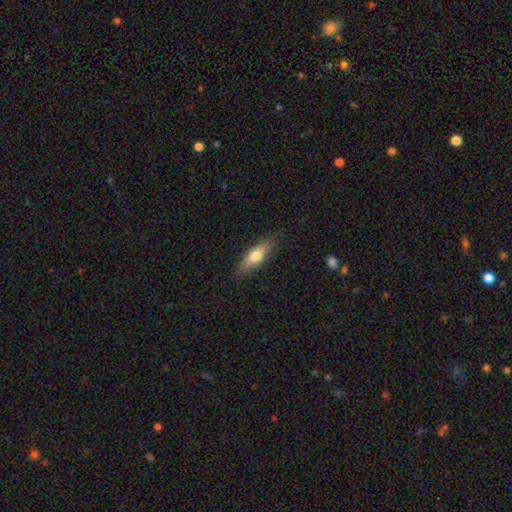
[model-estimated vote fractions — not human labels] Smooth or featured? smooth (64%)
How rounded? in between (52%)
Merging? none (82%)